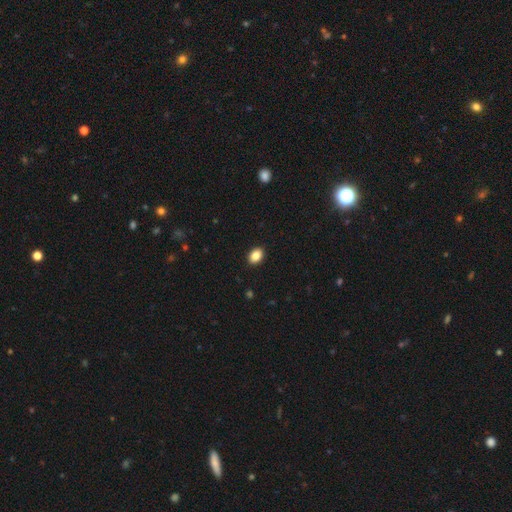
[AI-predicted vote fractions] Q: Smooth or featured?
A: smooth (87%); runner-up: star or artifact (8%)
Q: How rounded?
A: in between (72%); runner-up: round (26%)
Q: Merging?
A: none (91%); runner-up: minor disturbance (6%)